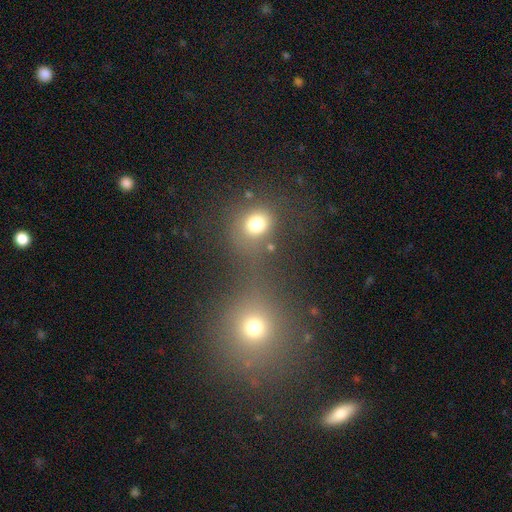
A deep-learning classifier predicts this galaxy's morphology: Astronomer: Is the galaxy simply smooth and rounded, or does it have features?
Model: smooth — 58%.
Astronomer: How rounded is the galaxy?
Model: round — 86%.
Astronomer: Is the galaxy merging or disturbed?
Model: none — 45% (runner-up: merger, 43%).